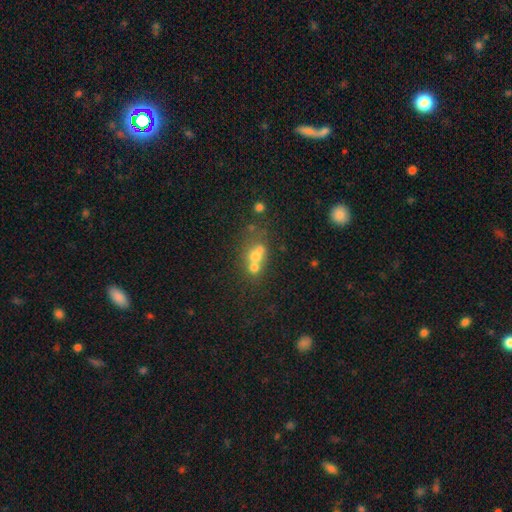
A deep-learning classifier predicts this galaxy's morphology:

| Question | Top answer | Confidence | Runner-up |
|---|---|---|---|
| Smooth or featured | smooth | 57% | featured or disk (26%) |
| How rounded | round | 64% | in between (34%) |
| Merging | merger | 61% | none (27%) |